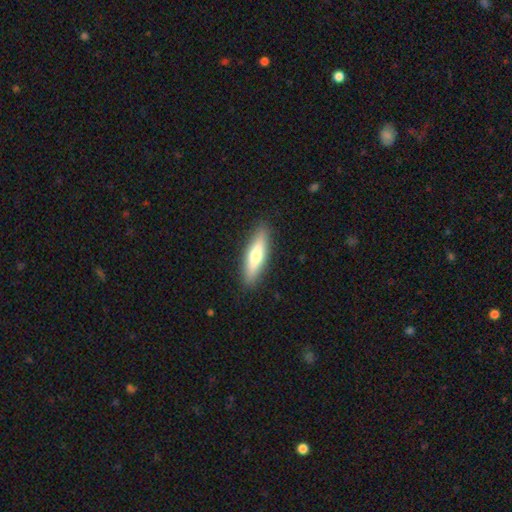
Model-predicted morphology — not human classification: A smooth galaxy with no disk features (56%) that is cigar-shaped (67%).

Vote fractions:
- Smooth or featured? smooth: 56% / featured or disk: 38% / star or artifact: 6%
- How rounded? cigar-shaped: 67% / in between: 31% / round: 2%
- Merging? none: 89% / minor disturbance: 8% / major disturbance: 2% / merger: 1%